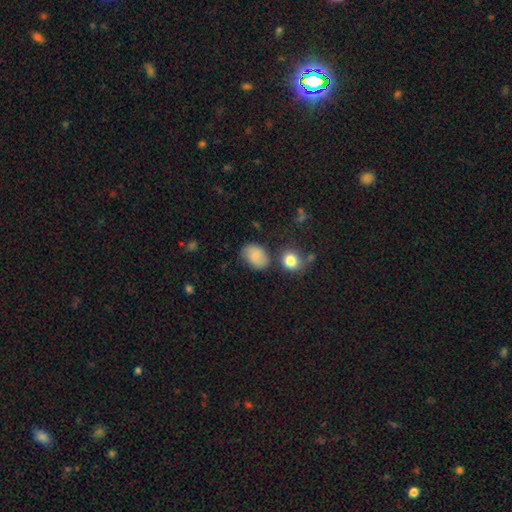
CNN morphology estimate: type=smooth (80%); roundness=in between (75%); merging=none (71%).